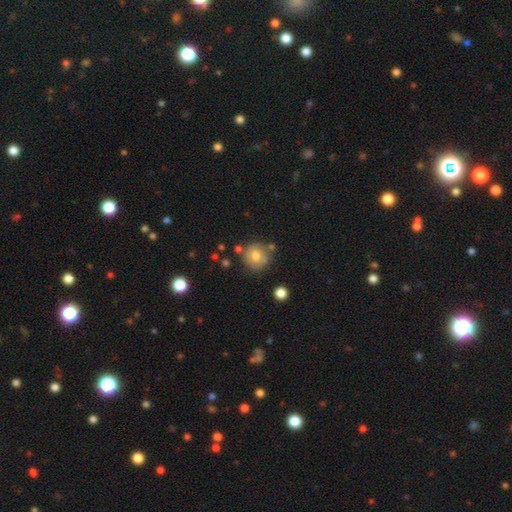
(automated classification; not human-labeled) smooth 68%, featured or disk 23%, star or artifact 9%. Down the decision tree: how rounded — round (89%); merging — none (68%).